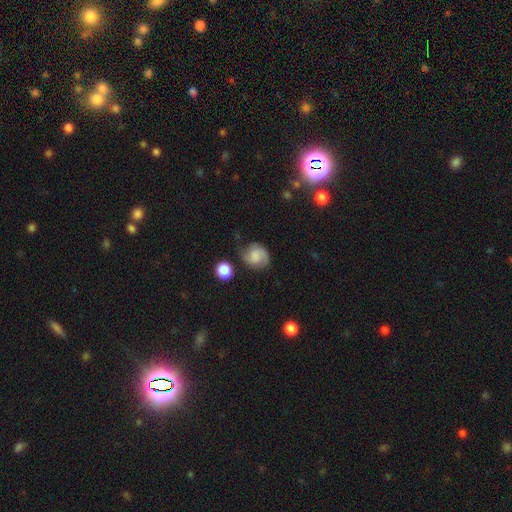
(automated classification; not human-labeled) smooth-or-featured: featured or disk: 51% | smooth: 40% | star or artifact: 9%
  disk-edge-on: no: 97% | yes: 3%
  merging: none: 62% | minor disturbance: 25% | major disturbance: 10% | merger: 3%